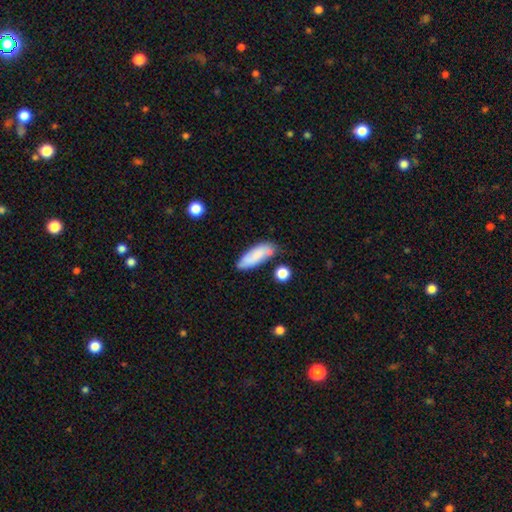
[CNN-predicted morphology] smooth-or-featured: smooth: 77% | featured or disk: 15% | star or artifact: 7%
  how-rounded: in between: 66% | cigar-shaped: 32% | round: 2%
  merging: none: 64% | minor disturbance: 21% | merger: 10% | major disturbance: 5%